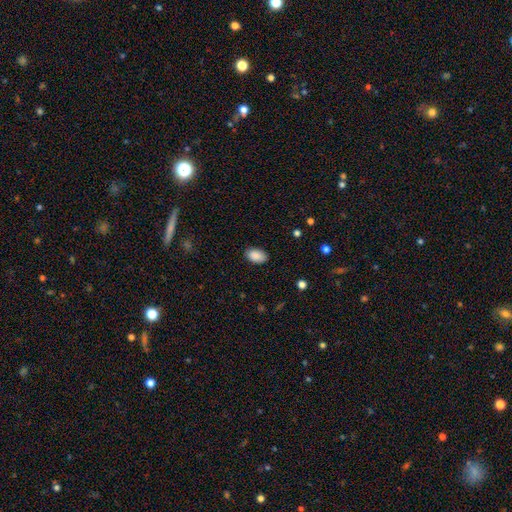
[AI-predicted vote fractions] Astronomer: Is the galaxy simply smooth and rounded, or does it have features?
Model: smooth — 89%.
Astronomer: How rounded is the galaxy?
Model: in between — 92%.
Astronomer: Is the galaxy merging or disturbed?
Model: none — 86%.